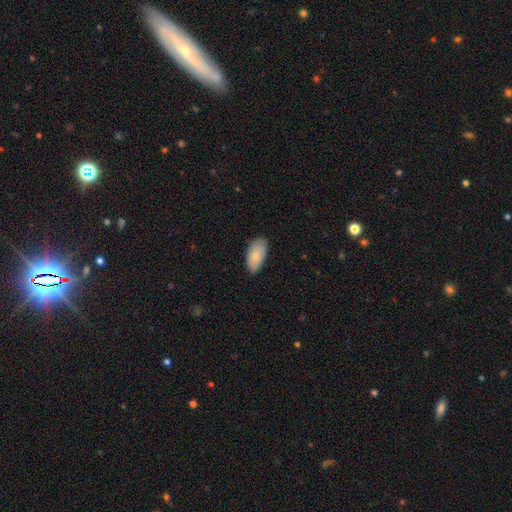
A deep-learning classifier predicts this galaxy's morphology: smooth-or-featured: smooth: 80% | featured or disk: 13% | star or artifact: 6%
  how-rounded: in between: 94% | cigar-shaped: 3% | round: 3%
  merging: none: 79% | minor disturbance: 18% | major disturbance: 3% | merger: 1%